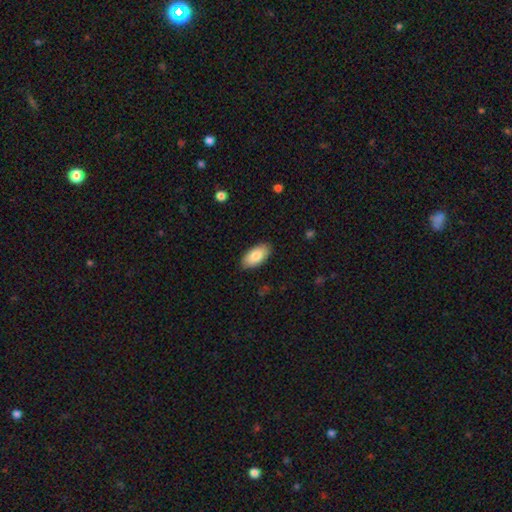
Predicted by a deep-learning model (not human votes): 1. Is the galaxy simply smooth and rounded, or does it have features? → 84% smooth, 9% featured or disk, 6% star or artifact.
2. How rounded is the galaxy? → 94% in between, 4% cigar-shaped, 2% round.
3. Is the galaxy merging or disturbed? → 87% none, 10% minor disturbance, 2% major disturbance, 1% merger.